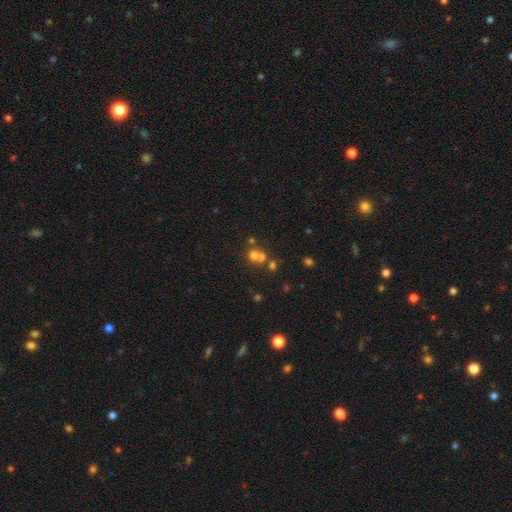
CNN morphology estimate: Q: Smooth or featured?
A: smooth (64%); runner-up: star or artifact (19%)
Q: How rounded?
A: round (81%); runner-up: in between (18%)
Q: Merging?
A: merger (50%); runner-up: none (39%)